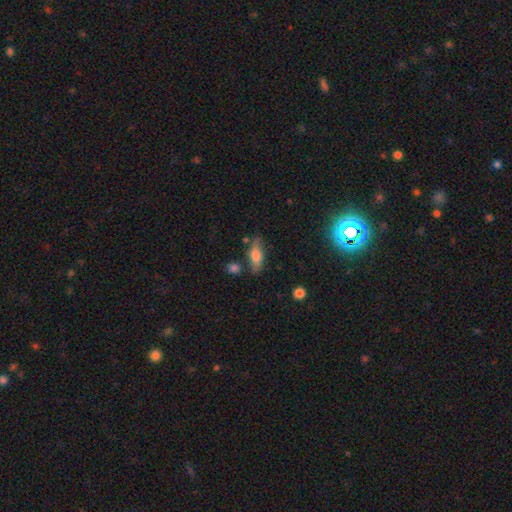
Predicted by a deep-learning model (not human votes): The model was most divided on "how rounded": in between: 69%, cigar-shaped: 27%, round: 4%. More confident: merging — none (71%); smooth or featured — smooth (67%).